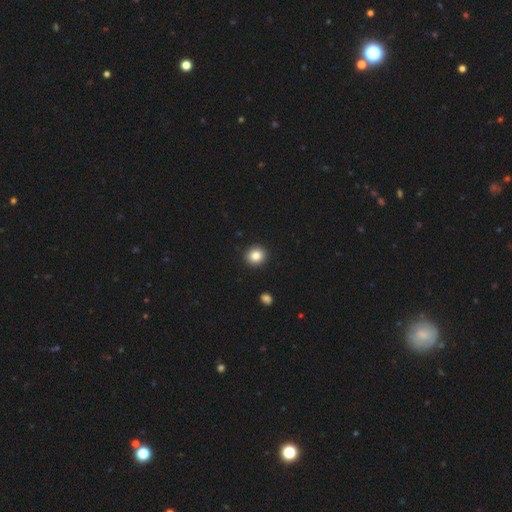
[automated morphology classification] Smooth or featured? smooth (84%)
How rounded? round (88%)
Merging? none (92%)